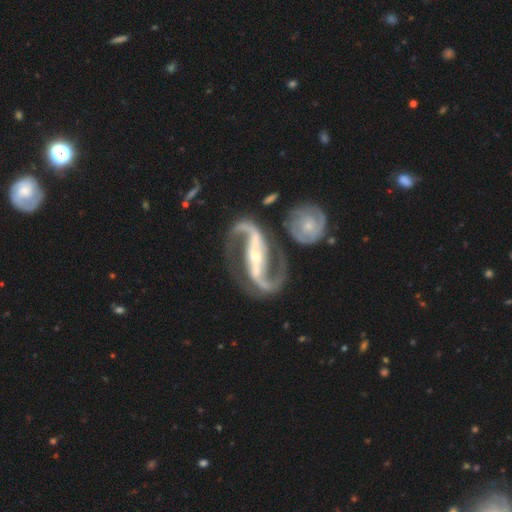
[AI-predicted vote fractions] Q: Smooth or featured?
A: featured or disk (94%); runner-up: star or artifact (4%)
Q: Edge-on disk?
A: no (96%); runner-up: yes (4%)
Q: Bar?
A: strong (76%); runner-up: weak (15%)
Q: Spiral arms?
A: yes (98%); runner-up: no (2%)
Q: Spiral winding?
A: medium (53%); runner-up: loose (32%)
Q: Spiral arm count?
A: 2 (94%); runner-up: 1 (1%)
Q: Bulge size?
A: small (57%); runner-up: moderate (37%)
Q: Merging?
A: none (70%); runner-up: minor disturbance (13%)